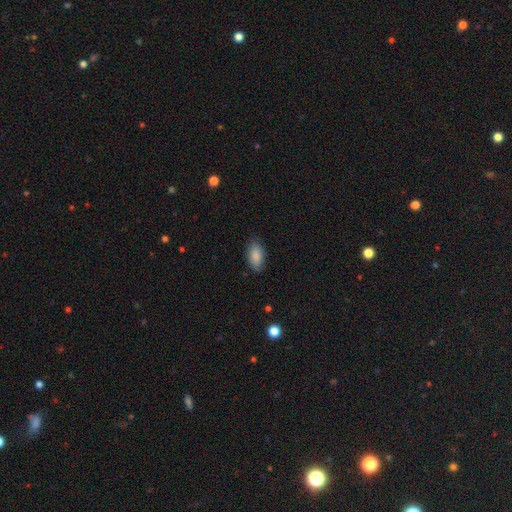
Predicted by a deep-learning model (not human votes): Q: Smooth or featured?
A: smooth (87%); runner-up: star or artifact (6%)
Q: How rounded?
A: in between (93%); runner-up: cigar-shaped (4%)
Q: Merging?
A: none (83%); runner-up: minor disturbance (13%)